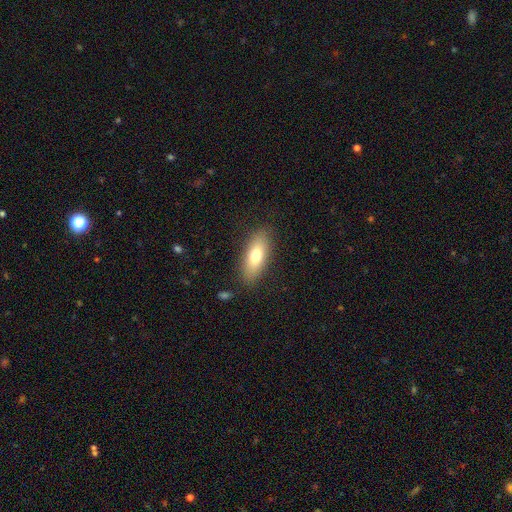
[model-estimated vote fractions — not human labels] This appears to be a smooth galaxy with no disk features (72%) that is in between round and cigar-shaped (74%). Merging: none (85%).